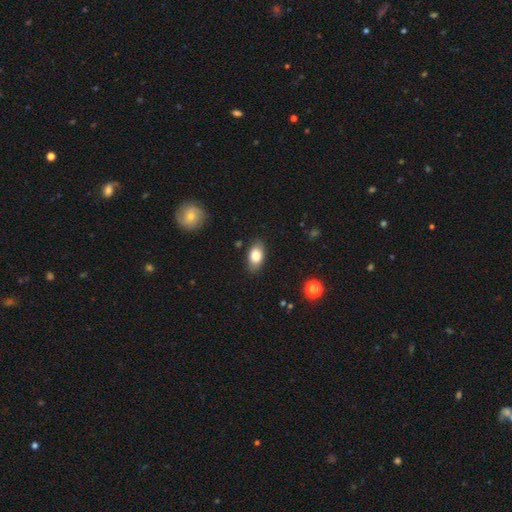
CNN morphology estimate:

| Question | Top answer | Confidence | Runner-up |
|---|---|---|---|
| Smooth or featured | smooth | 83% | featured or disk (10%) |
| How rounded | in between | 91% | round (7%) |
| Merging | none | 85% | minor disturbance (12%) |